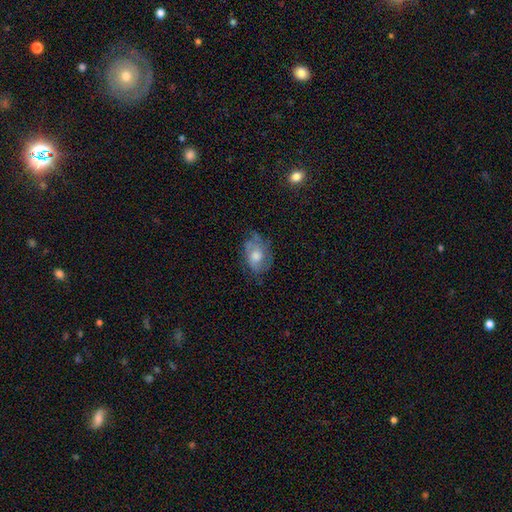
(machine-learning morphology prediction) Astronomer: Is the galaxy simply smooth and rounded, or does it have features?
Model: smooth — 46% (runner-up: featured or disk, 43%).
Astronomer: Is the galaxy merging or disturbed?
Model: none — 58%.